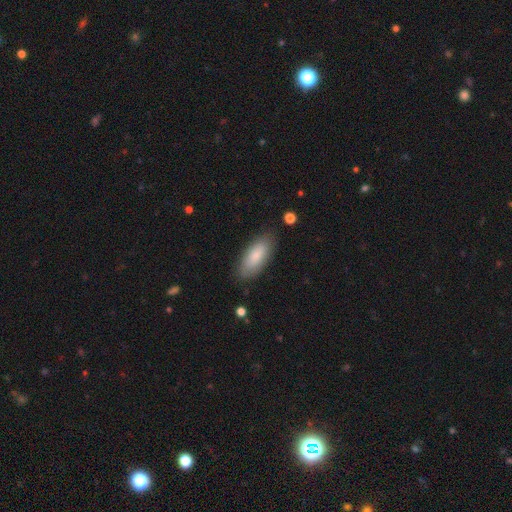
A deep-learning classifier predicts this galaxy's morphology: Q: Smooth or featured?
A: smooth (80%); runner-up: featured or disk (14%)
Q: How rounded?
A: in between (80%); runner-up: cigar-shaped (18%)
Q: Merging?
A: none (83%); runner-up: minor disturbance (13%)